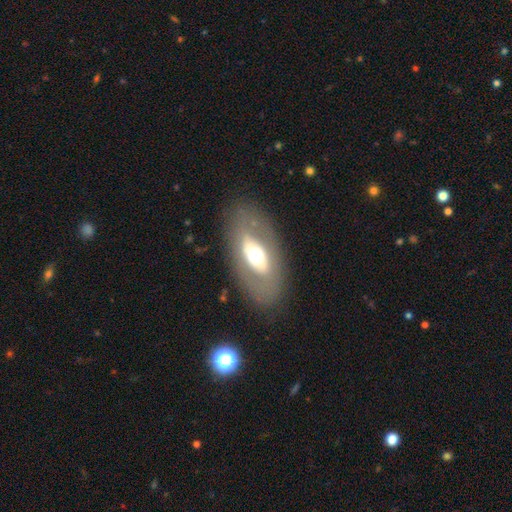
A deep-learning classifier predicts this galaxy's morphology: Q: Smooth or featured?
A: featured or disk (53%); runner-up: smooth (39%)
Q: Edge-on disk?
A: no (85%); runner-up: yes (15%)
Q: Merging?
A: none (79%); runner-up: minor disturbance (11%)